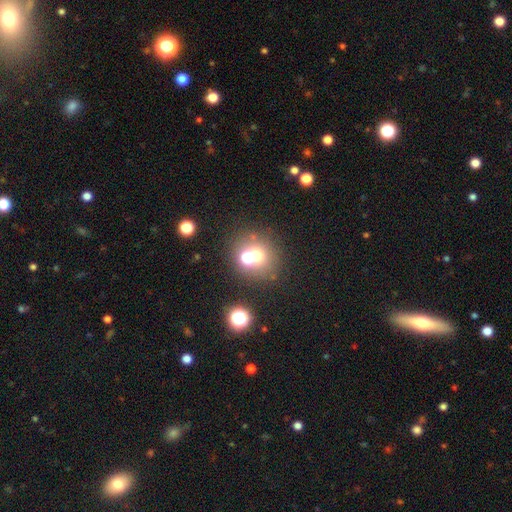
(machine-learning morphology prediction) Overall: smooth (58%; star or artifact 24%). How rounded: round (85%). Merging: none (57%; merger 28%).